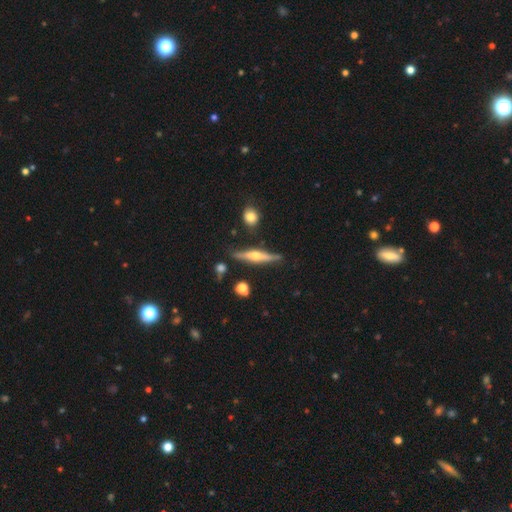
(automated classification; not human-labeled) Overall: featured or disk (69%). Edge-on disk: yes (96%). Edge-on bulge: rounded (88%). Merging: none (80%).